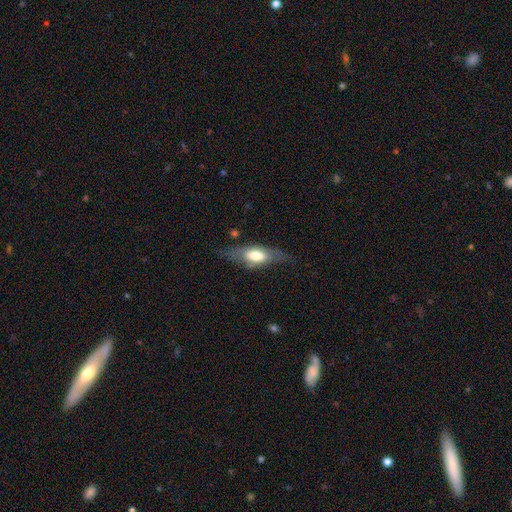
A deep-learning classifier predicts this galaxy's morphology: Q: Smooth or featured?
A: smooth (49%); runner-up: featured or disk (44%)
Q: Merging?
A: none (67%); runner-up: minor disturbance (21%)